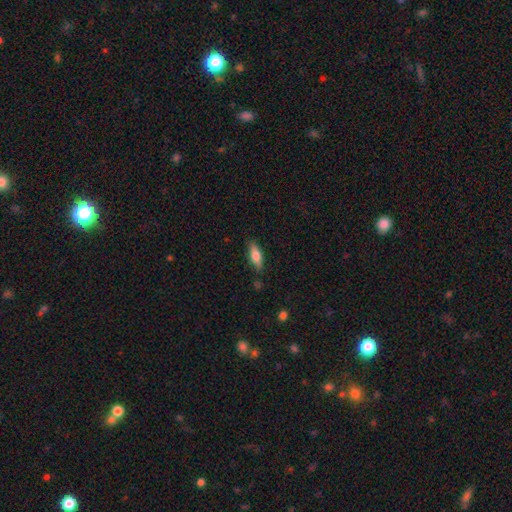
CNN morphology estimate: A smooth galaxy with no disk features (71%) that is in between round and cigar-shaped (60%).

Vote fractions:
- Smooth or featured? smooth: 71% / featured or disk: 22% / star or artifact: 6%
- How rounded? in between: 60% / cigar-shaped: 38% / round: 2%
- Merging? none: 82% / minor disturbance: 13% / major disturbance: 3% / merger: 2%